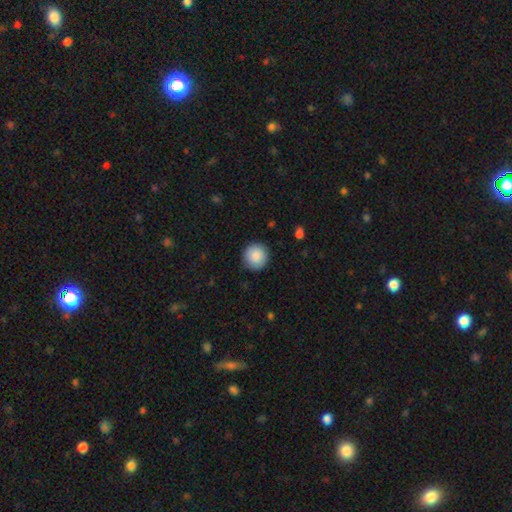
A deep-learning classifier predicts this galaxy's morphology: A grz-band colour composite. It shows a smooth galaxy with no disk features (89%) that is round (95%). Merging: none (90%).